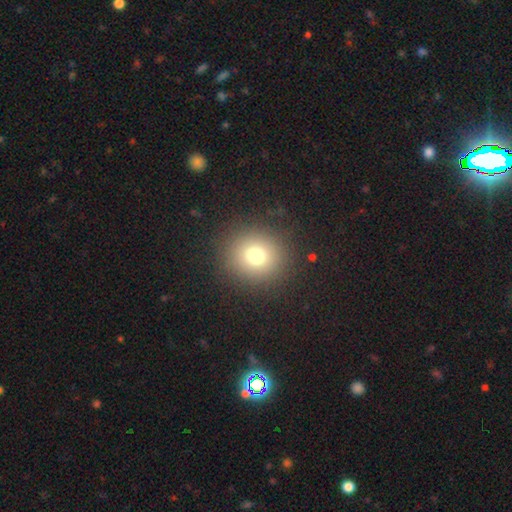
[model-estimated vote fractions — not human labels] smooth_or_featured: smooth (p=0.74) [alt: star or artifact p=0.16]
how_rounded: round (p=0.90) [alt: in between p=0.09]
merging: none (p=0.88) [alt: minor disturbance p=0.07]